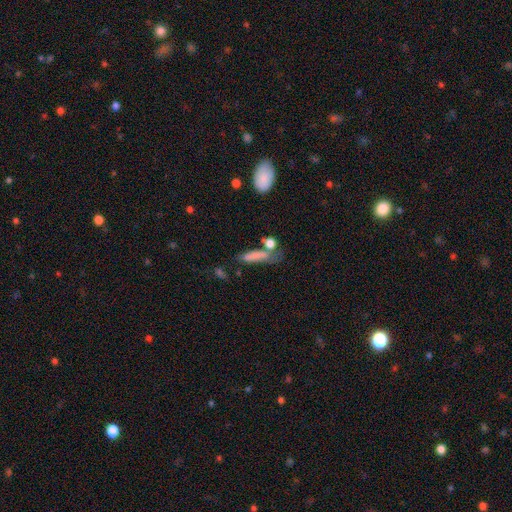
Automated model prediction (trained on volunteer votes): This is likely a smooth galaxy (73%). How rounded: likely cigar-shaped (65%). Merging: possibly none (47%).